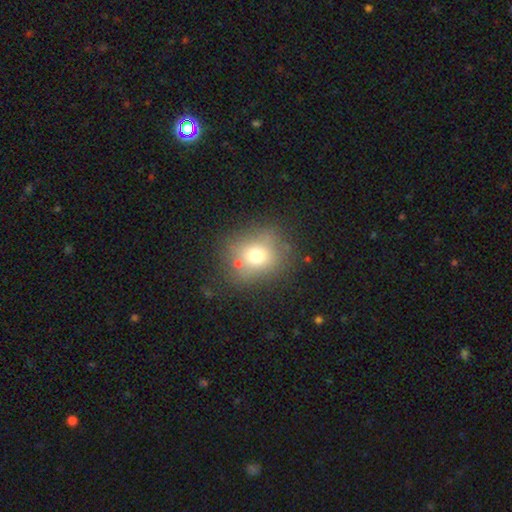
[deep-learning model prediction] This is likely a smooth galaxy (69%). How rounded: likely round (73%). Merging: likely none (74%).